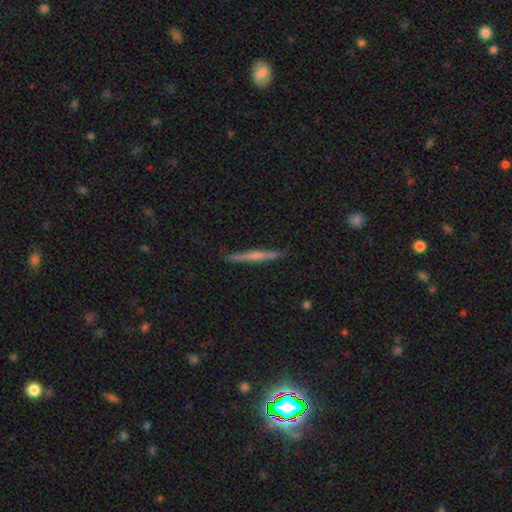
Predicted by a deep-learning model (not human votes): A featured or disk galaxy (54%) viewed edge-on (97%) with no central bulge (45%). Merging: none (89%).